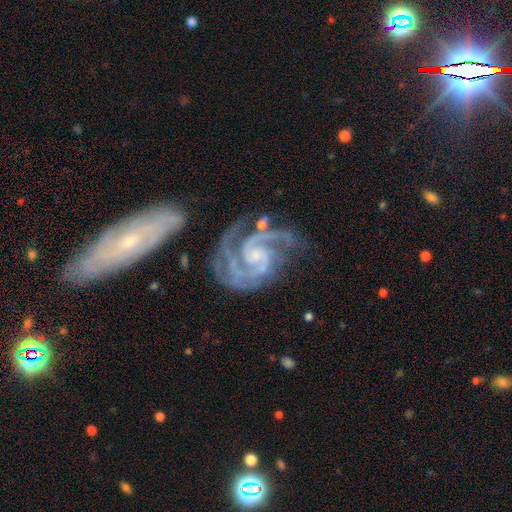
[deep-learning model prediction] smooth-or-featured: featured or disk: 94% | star or artifact: 4% | smooth: 2%
  disk-edge-on: no: 98% | yes: 2%
    bar: no: 52% | weak: 35% | strong: 13%
    has-spiral-arms: yes: 99% | no: 1%
      spiral-winding: tight: 50% | medium: 44% | loose: 5%
      spiral-arm-count: 2: 59% | 3: 24% | can't tell: 5% | 4: 5% | 1: 4% | more than 4: 4%
    bulge-size: small: 69% | moderate: 16% | none: 12% | large: 2% | dominant: 1%
  merging: none: 55% | minor disturbance: 21% | major disturbance: 13% | merger: 11%